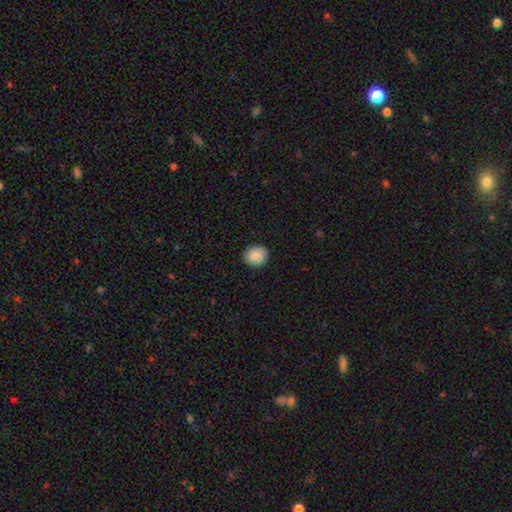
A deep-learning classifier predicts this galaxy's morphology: smooth_or_featured: smooth (p=0.88) [alt: star or artifact p=0.07]
how_rounded: round (p=0.86) [alt: in between p=0.13]
merging: none (p=0.89) [alt: minor disturbance p=0.08]